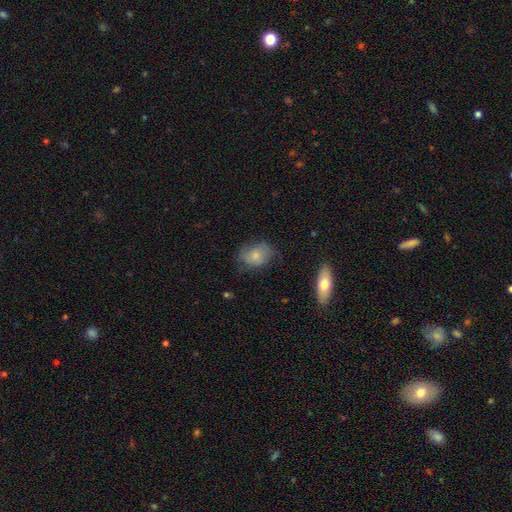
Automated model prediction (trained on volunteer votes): This appears to be a smooth galaxy with no disk features (73%) that is in between round and cigar-shaped (68%). Merging: none (59%).